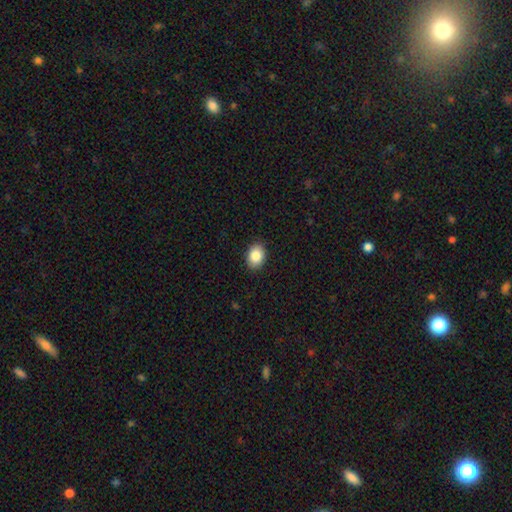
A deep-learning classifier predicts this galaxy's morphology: Q: Smooth or featured?
A: smooth (86%); runner-up: star or artifact (8%)
Q: How rounded?
A: in between (76%); runner-up: round (23%)
Q: Merging?
A: none (90%); runner-up: minor disturbance (8%)